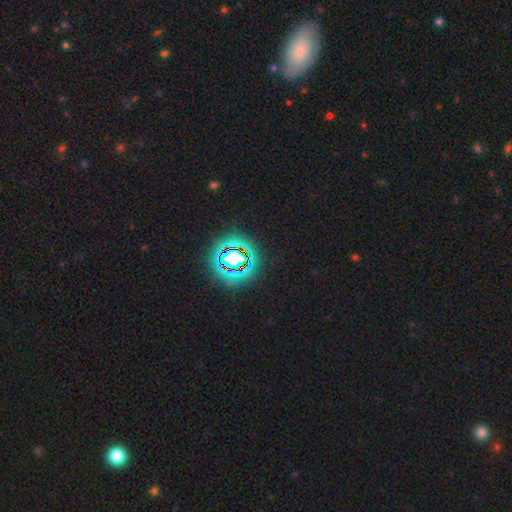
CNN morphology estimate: Smooth or featured? Predicted: star or artifact (p=0.81).